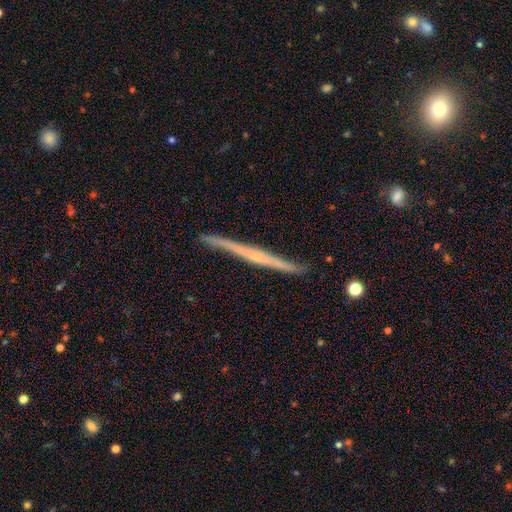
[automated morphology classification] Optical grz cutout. It shows a featured or disk galaxy (72%) viewed edge-on (97%) with no central bulge (55%). Merging: none (88%).